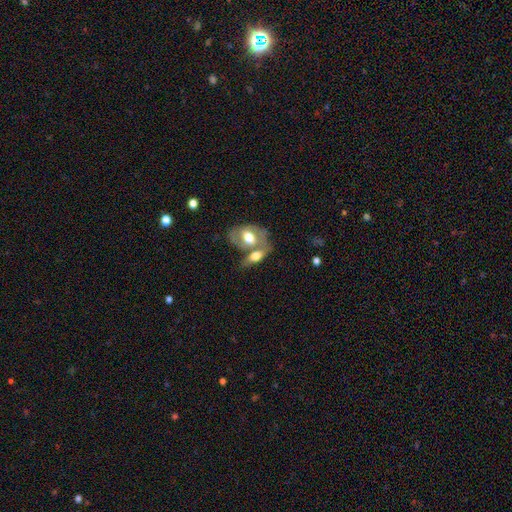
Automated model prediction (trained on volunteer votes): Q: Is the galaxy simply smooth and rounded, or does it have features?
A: smooth — 54%.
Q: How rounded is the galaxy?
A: in between — 83%.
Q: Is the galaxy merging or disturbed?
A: merger — 56%.